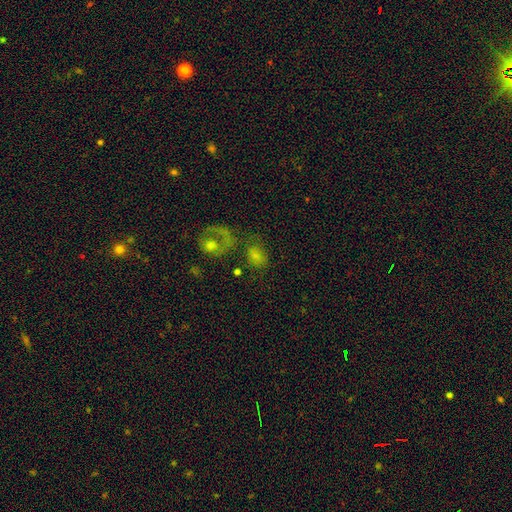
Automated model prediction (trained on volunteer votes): This is likely a smooth galaxy (65%). How rounded: likely in between (66%). Merging: possibly none (49%).